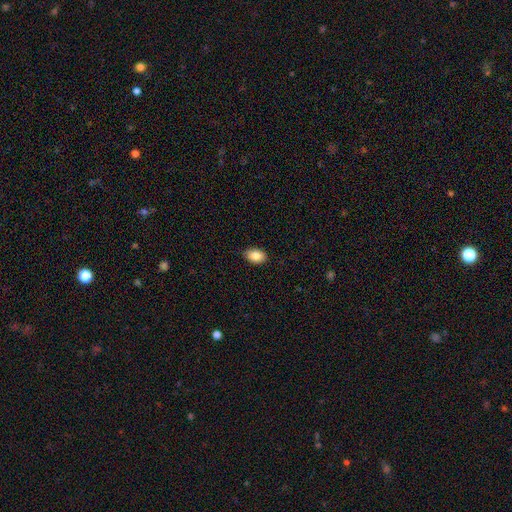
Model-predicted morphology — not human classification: The model was most divided on "merging": none: 85%, minor disturbance: 12%, major disturbance: 2%, merger: 1%. More confident: how rounded — in between (86%); smooth or featured — smooth (86%).